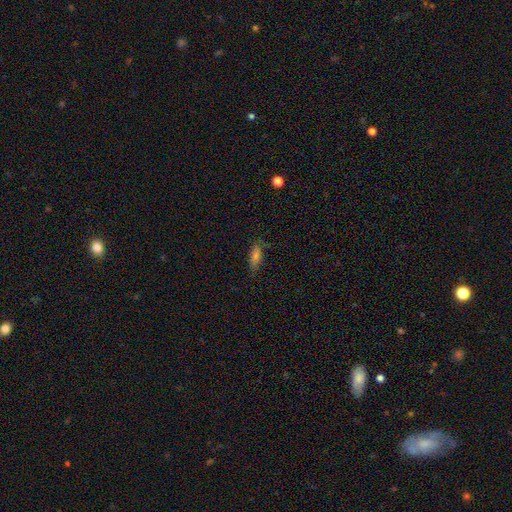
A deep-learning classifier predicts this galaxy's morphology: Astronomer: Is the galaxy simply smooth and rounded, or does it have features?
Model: smooth — 62%.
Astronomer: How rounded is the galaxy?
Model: in between — 57% (runner-up: cigar-shaped, 39%).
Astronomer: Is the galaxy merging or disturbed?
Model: none — 75%.